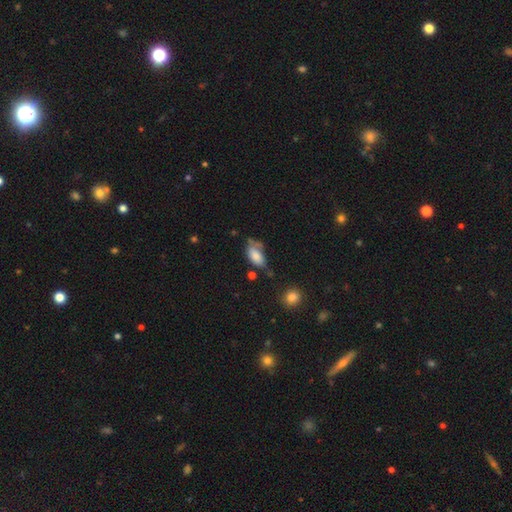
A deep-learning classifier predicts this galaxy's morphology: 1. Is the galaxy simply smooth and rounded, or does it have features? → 78% smooth, 14% featured or disk, 8% star or artifact.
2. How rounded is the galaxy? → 92% in between, 5% cigar-shaped, 4% round.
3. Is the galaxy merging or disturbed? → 38% none, 33% minor disturbance, 16% major disturbance, 13% merger.